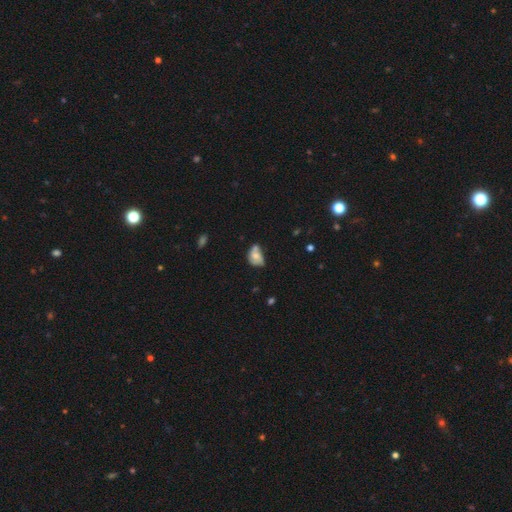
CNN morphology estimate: Overall: smooth (56%; featured or disk 35%). How rounded: in between (74%). Merging: none (31%; merger 28%).